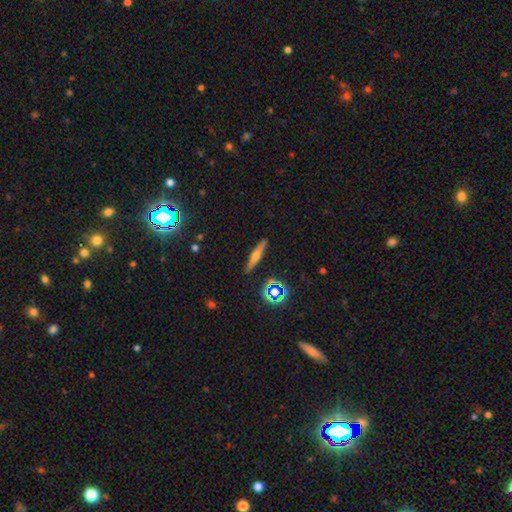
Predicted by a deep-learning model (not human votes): Overall: featured or disk (50%; smooth 37%). Merging: none (89%).